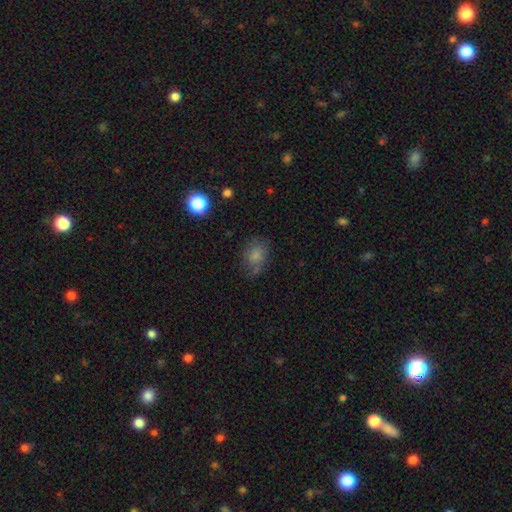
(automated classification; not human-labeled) The model was most divided on "how rounded": in between: 56%, round: 43%, cigar-shaped: 1%. More confident: smooth or featured — smooth (75%); merging — none (61%).